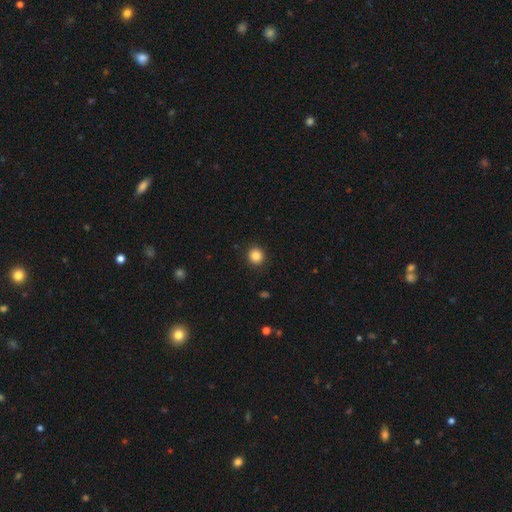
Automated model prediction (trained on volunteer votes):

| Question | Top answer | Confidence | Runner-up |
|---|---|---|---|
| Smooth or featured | smooth | 86% | star or artifact (11%) |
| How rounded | round | 91% | in between (8%) |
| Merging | none | 92% | minor disturbance (5%) |